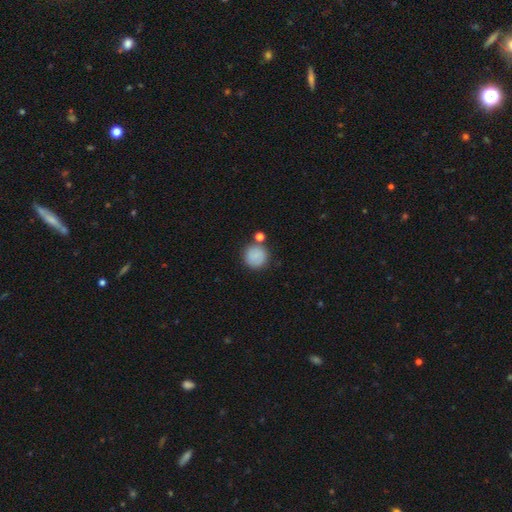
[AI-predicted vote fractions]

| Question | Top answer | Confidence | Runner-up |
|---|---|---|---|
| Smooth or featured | smooth | 85% | star or artifact (8%) |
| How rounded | round | 94% | in between (5%) |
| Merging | none | 76% | merger (11%) |